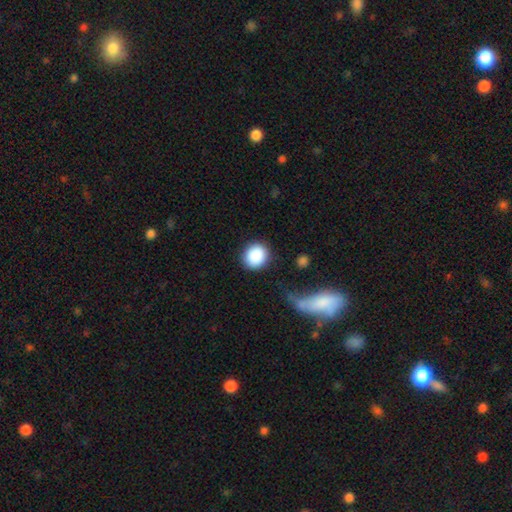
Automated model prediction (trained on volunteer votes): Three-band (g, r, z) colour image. It shows a smooth galaxy with no disk features (88%) that is round (82%). Merging: none (84%).